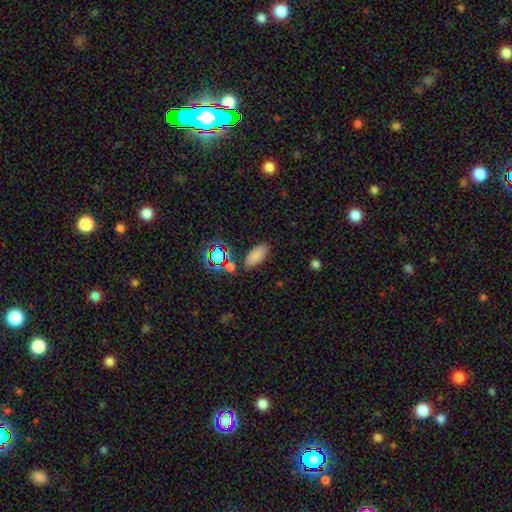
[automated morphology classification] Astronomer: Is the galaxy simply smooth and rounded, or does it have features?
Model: smooth — 79%.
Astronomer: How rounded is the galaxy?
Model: in between — 84%.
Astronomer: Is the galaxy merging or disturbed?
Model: none — 81%.